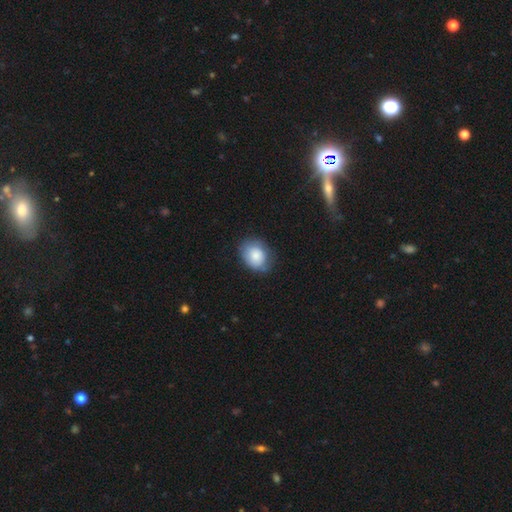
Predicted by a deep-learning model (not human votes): This is clearly a smooth galaxy (82%). How rounded: possibly in between (52%). Merging: likely none (69%).